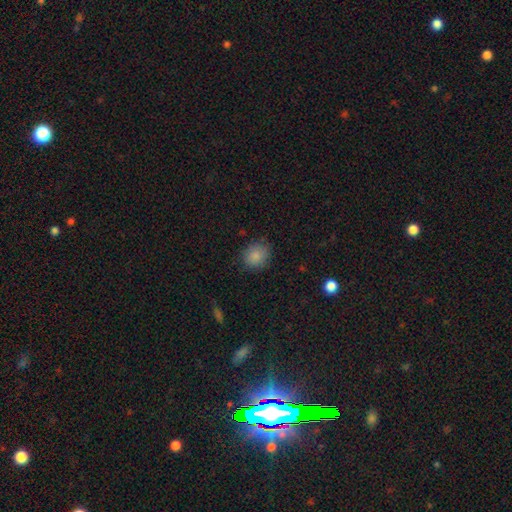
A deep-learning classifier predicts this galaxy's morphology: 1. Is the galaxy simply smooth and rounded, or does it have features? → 86% smooth, 9% star or artifact, 5% featured or disk.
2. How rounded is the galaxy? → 70% round, 29% in between, 1% cigar-shaped.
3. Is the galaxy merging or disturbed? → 82% none, 13% minor disturbance, 3% major disturbance, 1% merger.